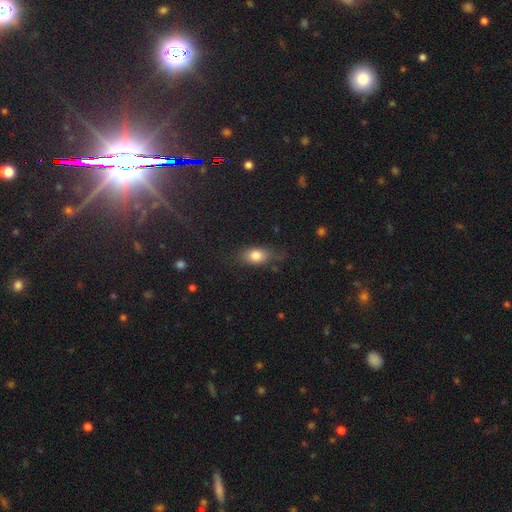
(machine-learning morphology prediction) type=smooth (79%); roundness=in between (78%); merging=none (66%).